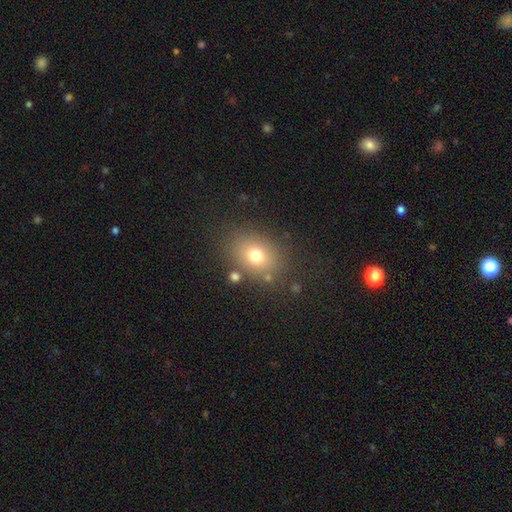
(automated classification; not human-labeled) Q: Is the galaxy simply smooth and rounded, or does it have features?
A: smooth — 73%.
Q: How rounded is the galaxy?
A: in between — 54%.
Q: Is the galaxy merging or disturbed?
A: none — 80%.